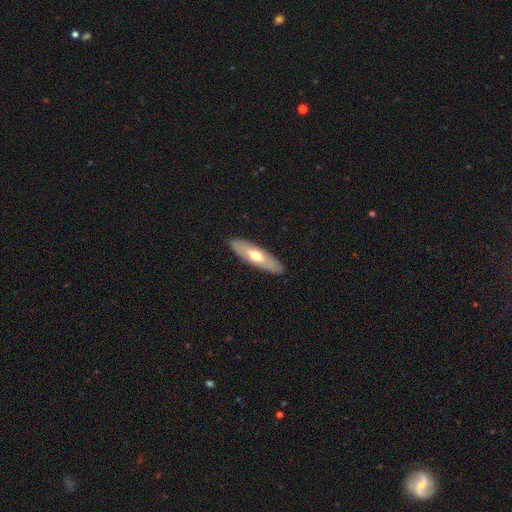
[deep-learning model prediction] A smooth galaxy with no disk features (51%) that is cigar-shaped (50%). Merging: none (88%).